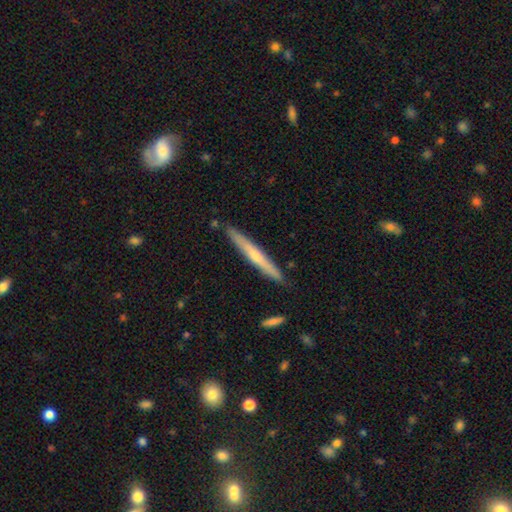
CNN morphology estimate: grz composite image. It shows a featured or disk galaxy (53%) viewed edge-on (96%) with a rounded central bulge (55%). Merging: none (89%).